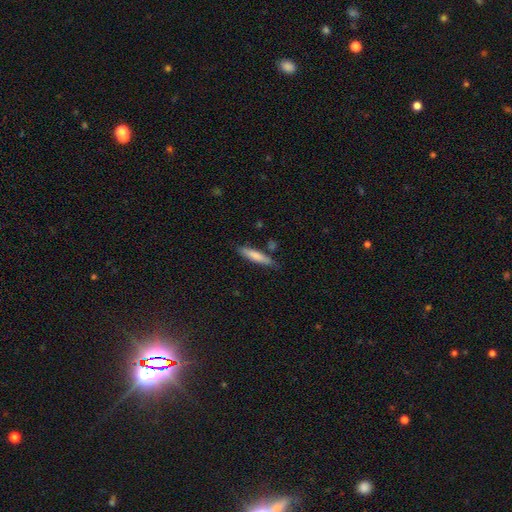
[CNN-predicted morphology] Smooth or featured? Predicted: smooth (p=0.76). How rounded? Predicted: cigar-shaped (p=0.85). Merging? Predicted: none (p=0.79).